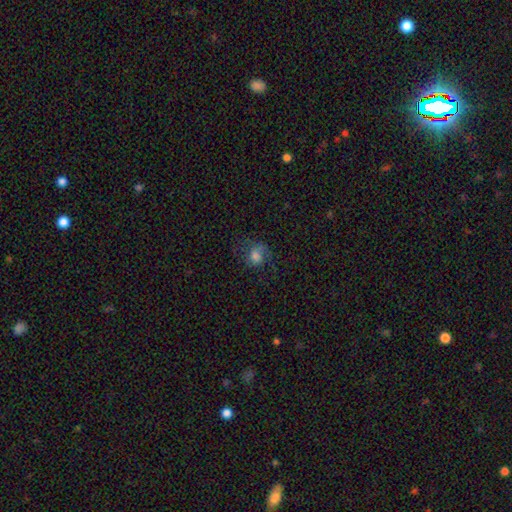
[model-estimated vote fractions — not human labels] Smooth or featured? smooth (61%)
How rounded? round (63%)
Merging? none (52%)